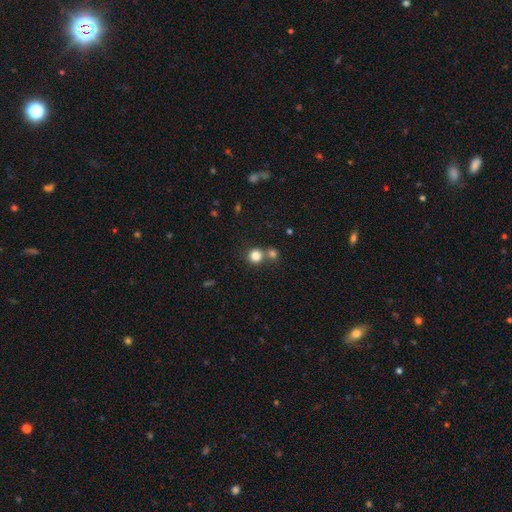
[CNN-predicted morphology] Q: Smooth or featured?
A: smooth (82%); runner-up: star or artifact (12%)
Q: How rounded?
A: round (89%); runner-up: in between (10%)
Q: Merging?
A: none (58%); runner-up: merger (31%)